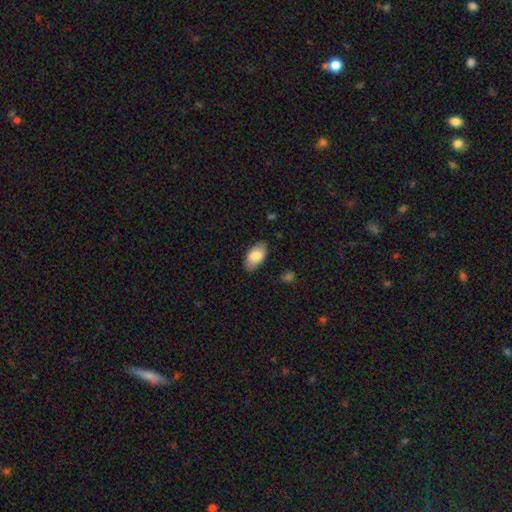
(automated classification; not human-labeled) This is clearly a smooth galaxy (81%). How rounded: clearly in between (94%). Merging: clearly none (84%).